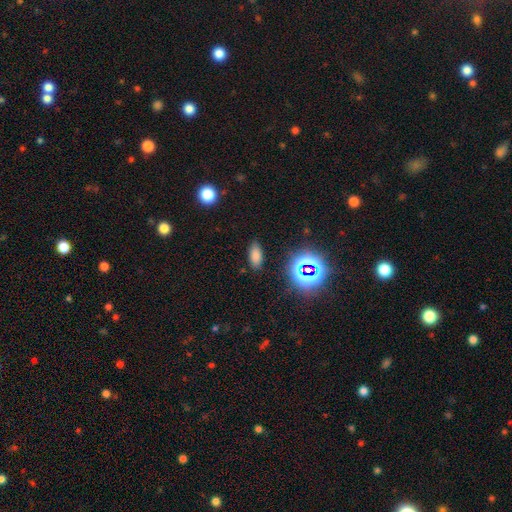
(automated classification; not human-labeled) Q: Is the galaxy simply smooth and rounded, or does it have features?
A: smooth — 74%.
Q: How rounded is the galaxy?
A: in between — 82%.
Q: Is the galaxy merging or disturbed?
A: none — 85%.